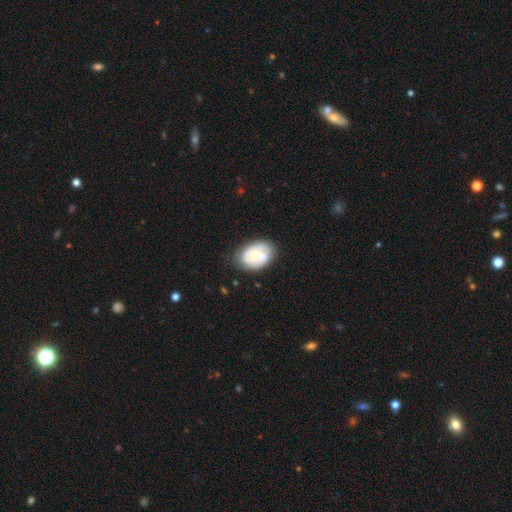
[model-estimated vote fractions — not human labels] The model was most divided on "spiral arms": yes: 64%, no: 36%. More confident: edge-on disk — no (96%); merging — none (75%); bulge size — moderate (75%); smooth or featured — featured or disk (71%); bar — no (65%).